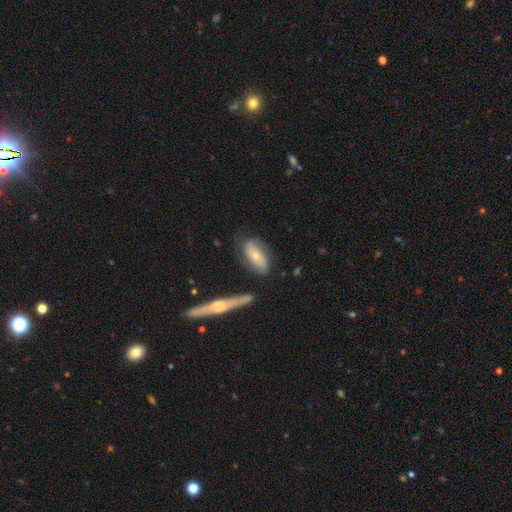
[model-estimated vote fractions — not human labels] smooth 50%, featured or disk 43%, star or artifact 7%. Down the decision tree: how rounded — in between (77%); merging — none (67%).